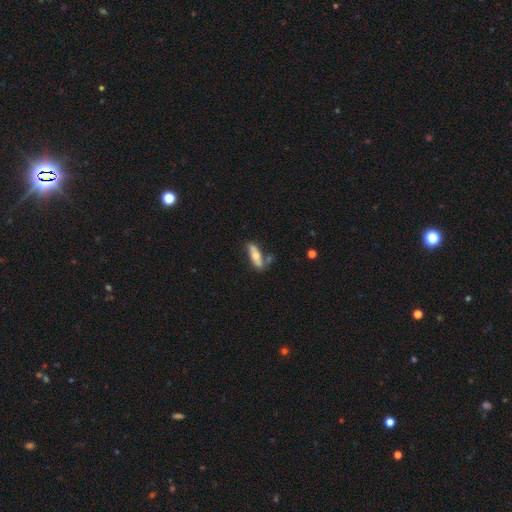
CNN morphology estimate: smooth_or_featured: smooth (p=0.54) [alt: featured or disk p=0.40]
how_rounded: cigar-shaped (p=0.49) [alt: in between p=0.48]
merging: none (p=0.62) [alt: minor disturbance p=0.20]